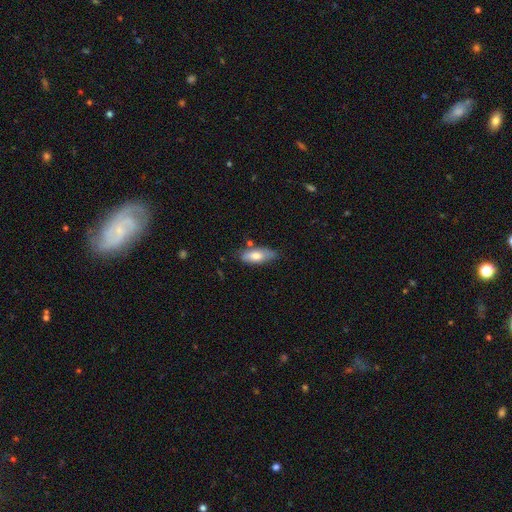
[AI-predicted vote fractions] Morphology: type=smooth (72%); roundness=in between (75%); merging=none (70%).